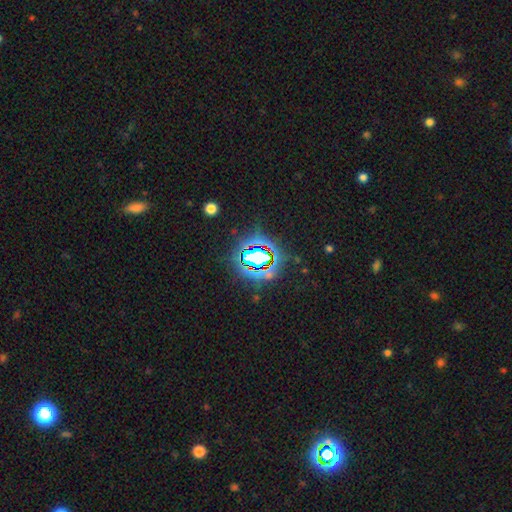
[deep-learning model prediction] Smooth or featured? star or artifact (73%)